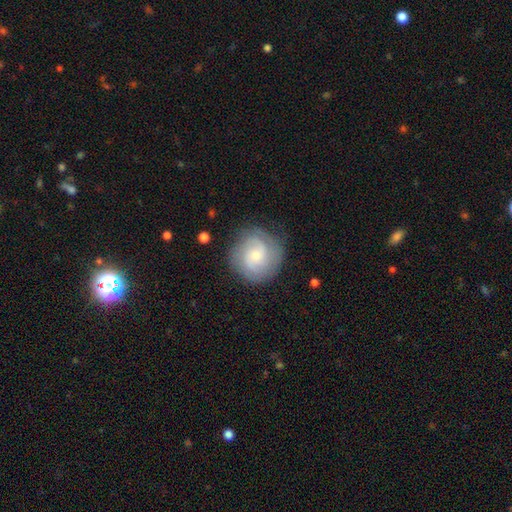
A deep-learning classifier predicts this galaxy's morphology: This is likely a featured or disk galaxy (69%). It is clearly not viewed edge-on (98%). Bar: likely no (66%). Spiral arm pattern: clearly yes (94%). Spiral arm count: marginally 2 (39%). Spiral winding: possibly tight (54%). Central bulge: likely small (61%). Merging: clearly none (82%).